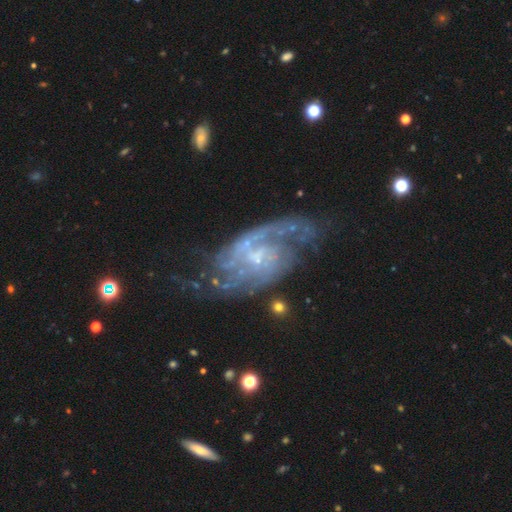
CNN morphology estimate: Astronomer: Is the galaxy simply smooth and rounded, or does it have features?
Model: featured or disk — 88%.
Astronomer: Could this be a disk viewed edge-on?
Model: no — 97%.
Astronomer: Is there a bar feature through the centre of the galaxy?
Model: no — 49% (runner-up: weak, 43%).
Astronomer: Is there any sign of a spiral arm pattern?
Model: yes — 95%.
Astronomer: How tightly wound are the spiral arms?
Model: medium — 48% (runner-up: tight, 30%).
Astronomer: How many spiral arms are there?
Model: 2 — 52%.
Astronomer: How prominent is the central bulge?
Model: small — 61%.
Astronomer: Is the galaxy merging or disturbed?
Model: none — 59%.